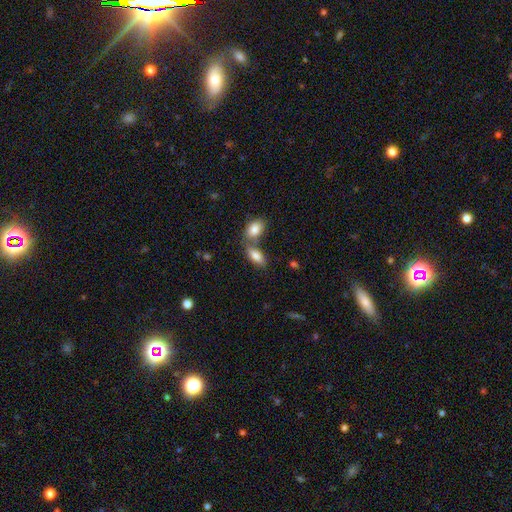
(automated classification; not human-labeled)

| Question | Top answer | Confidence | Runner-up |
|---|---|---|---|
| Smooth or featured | smooth | 83% | featured or disk (9%) |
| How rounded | in between | 90% | cigar-shaped (6%) |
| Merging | merger | 45% | none (42%) |